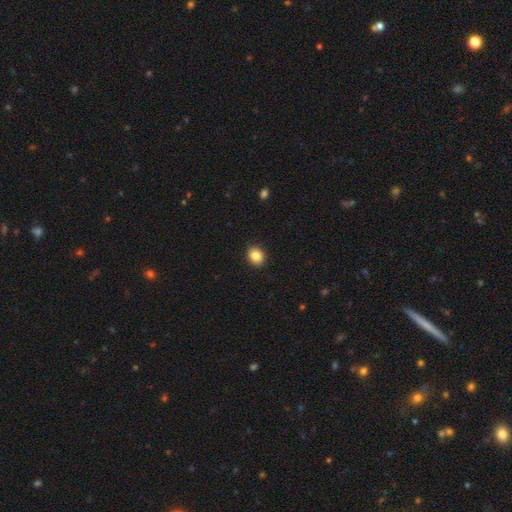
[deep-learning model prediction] This appears to be a smooth galaxy with no disk features (86%) that is round (60%). Merging: none (90%).